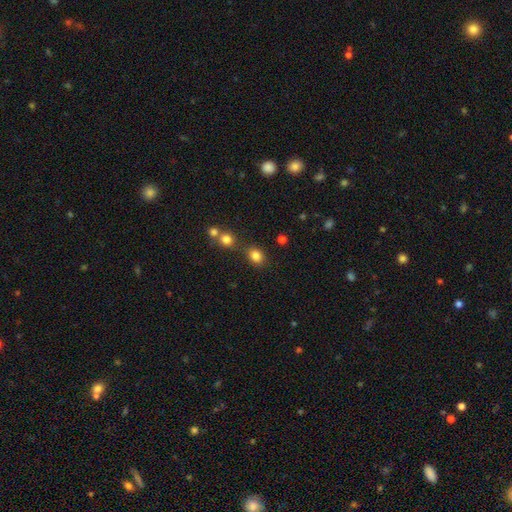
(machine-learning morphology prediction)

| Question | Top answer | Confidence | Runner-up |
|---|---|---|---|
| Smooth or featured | smooth | 82% | star or artifact (12%) |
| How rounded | round | 57% | in between (42%) |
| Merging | none | 69% | merger (14%) |